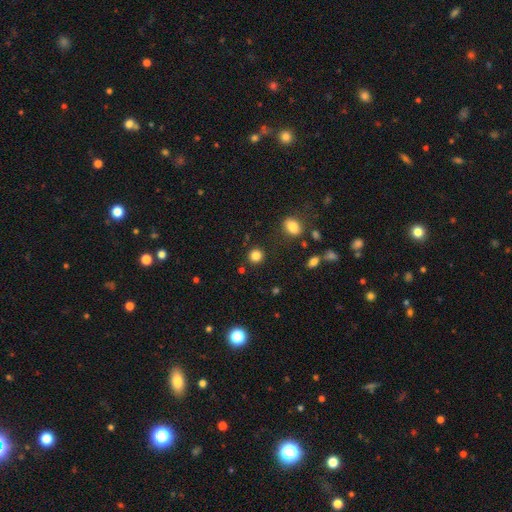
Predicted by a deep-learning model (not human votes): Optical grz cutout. It shows a smooth galaxy with no disk features (83%) that is round (91%). Merging: none (89%).